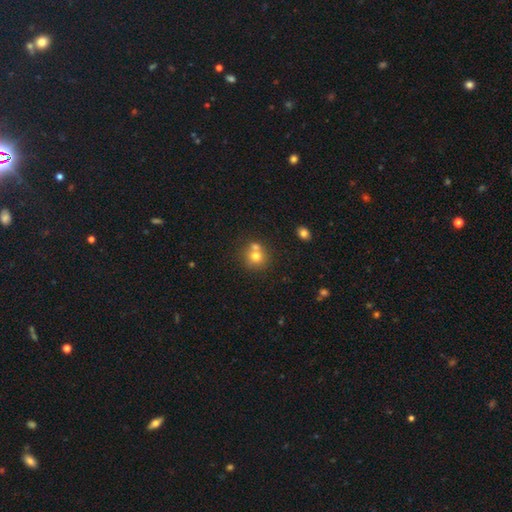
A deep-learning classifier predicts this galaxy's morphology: A smooth galaxy with no disk features (73%) that is round (85%).

Vote fractions:
- Smooth or featured? smooth: 73% / featured or disk: 15% / star or artifact: 12%
- How rounded? round: 85% / in between: 14% / cigar-shaped: 1%
- Merging? none: 51% / merger: 38% / minor disturbance: 8% / major disturbance: 3%